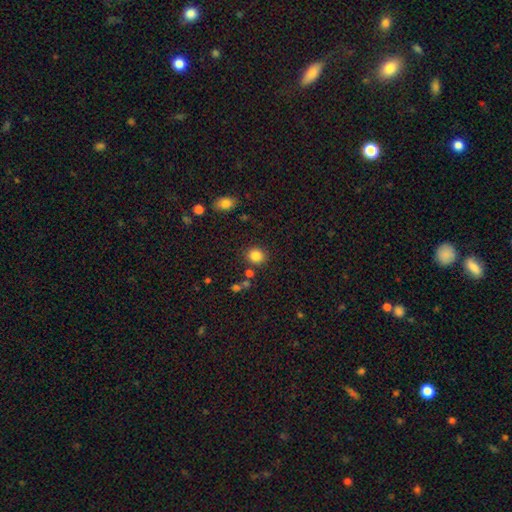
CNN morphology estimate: smooth_or_featured: smooth (p=0.84) [alt: star or artifact p=0.11]
how_rounded: round (p=0.83) [alt: in between p=0.16]
merging: none (p=0.85) [alt: minor disturbance p=0.08]